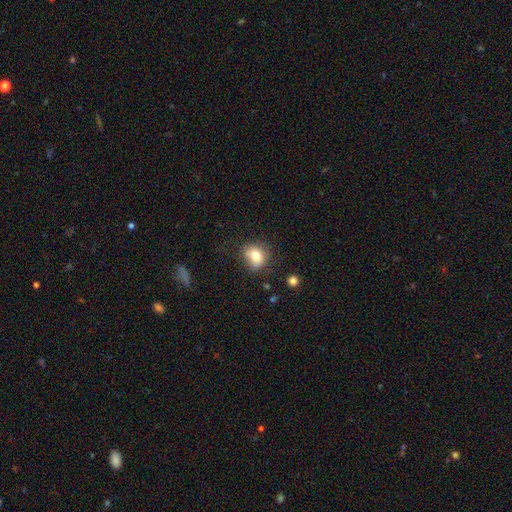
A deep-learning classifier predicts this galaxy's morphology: Smooth or featured: smooth — 77% (featured or disk — 12%)
How rounded: round — 59% (in between — 40%)
Merging: none — 56% (minor disturbance — 27%)